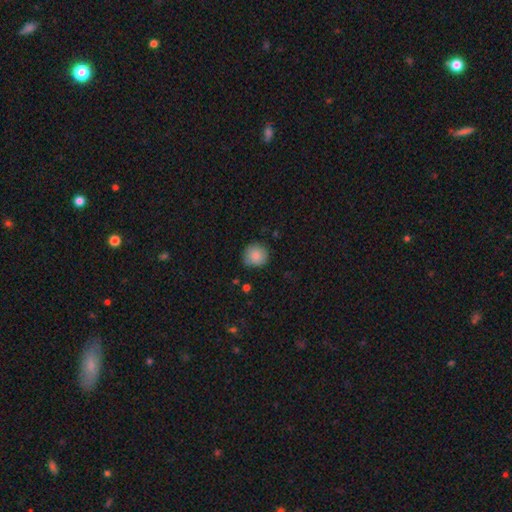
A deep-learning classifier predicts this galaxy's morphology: This appears to be a smooth galaxy with no disk features (85%) that is round (92%). Merging: none (81%).